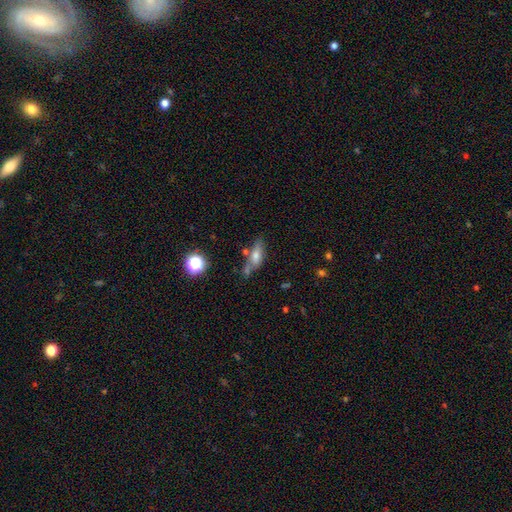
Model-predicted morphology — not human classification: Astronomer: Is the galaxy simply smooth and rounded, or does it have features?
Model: smooth — 58%.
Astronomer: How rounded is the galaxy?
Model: in between — 63%.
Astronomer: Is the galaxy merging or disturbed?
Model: none — 53%.